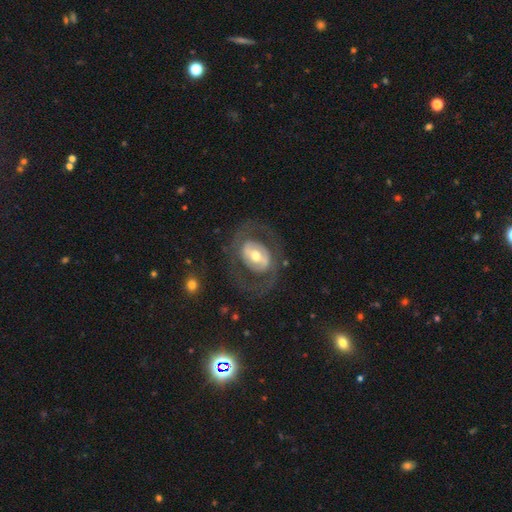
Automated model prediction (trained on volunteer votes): A featured or disk galaxy (72%) with no bar (38%), spiral arms (52%) and a moderate central bulge (67%). Merging: none (68%).